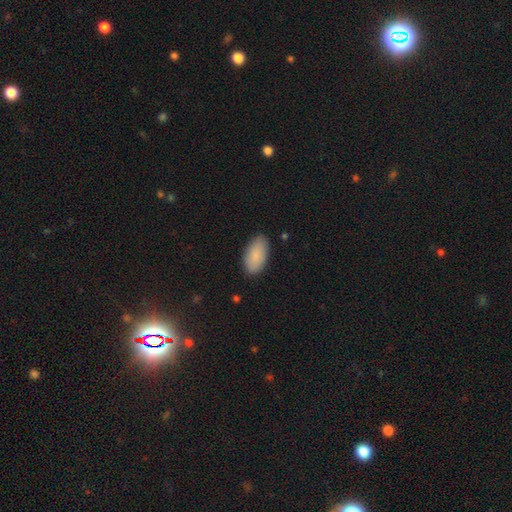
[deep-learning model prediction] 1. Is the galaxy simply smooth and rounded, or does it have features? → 88% smooth, 6% star or artifact, 6% featured or disk.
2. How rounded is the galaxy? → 94% in between, 3% cigar-shaped, 2% round.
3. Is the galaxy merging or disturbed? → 86% none, 11% minor disturbance, 2% major disturbance, 1% merger.